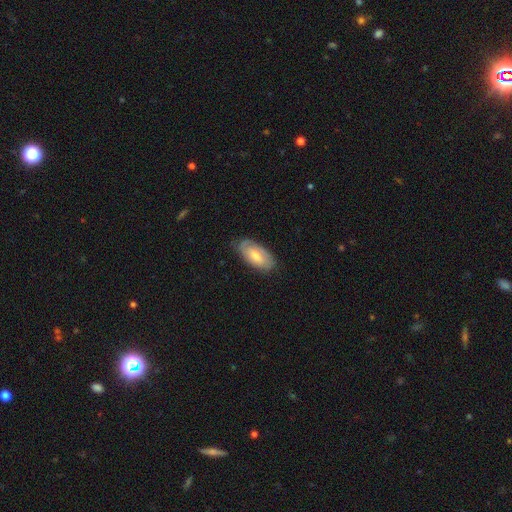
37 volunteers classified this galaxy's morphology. Overall: smooth (49%; featured or disk 46%). How rounded: in between (94%). Merging: none (86%).